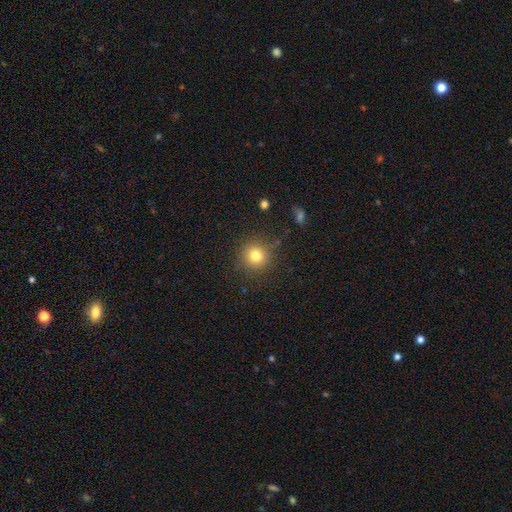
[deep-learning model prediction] The model was most divided on "smooth or featured": smooth: 78%, star or artifact: 13%, featured or disk: 8%. More confident: how rounded — round (93%); merging — none (87%).